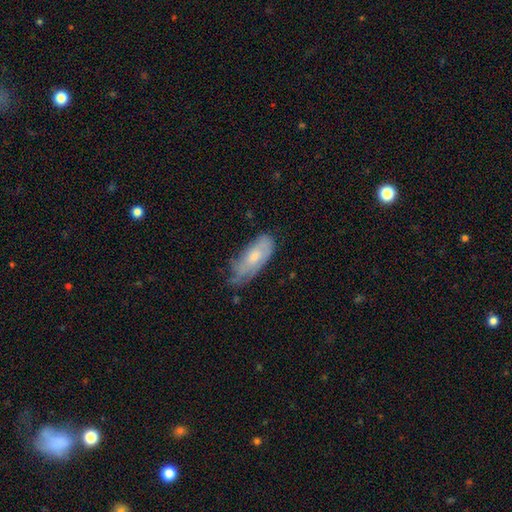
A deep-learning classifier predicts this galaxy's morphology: A smooth galaxy with no disk features (54%) that is in between round and cigar-shaped (76%).

Vote fractions:
- Smooth or featured? smooth: 54% / featured or disk: 40% / star or artifact: 6%
- How rounded? in between: 76% / cigar-shaped: 22% / round: 2%
- Merging? none: 44% / minor disturbance: 40% / major disturbance: 14% / merger: 2%